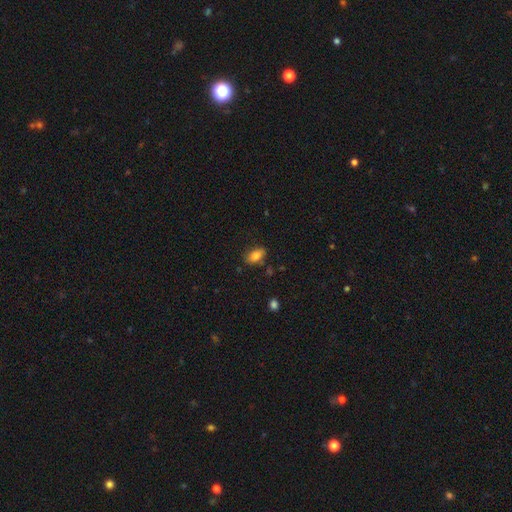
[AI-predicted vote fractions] smooth 81%, featured or disk 10%, star or artifact 9%. Down the decision tree: how rounded — in between (89%); merging — none (77%).